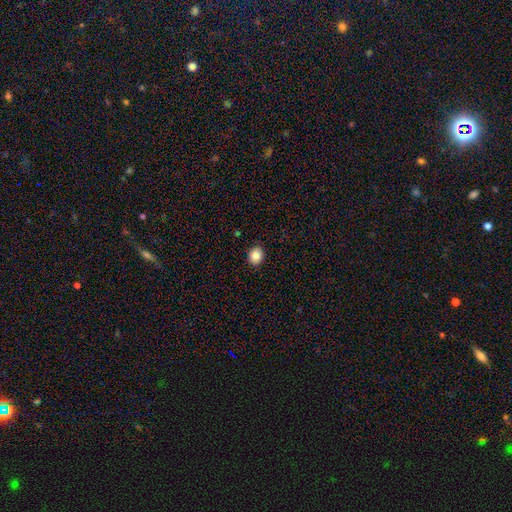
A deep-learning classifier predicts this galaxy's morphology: Q: Smooth or featured?
A: smooth (87%); runner-up: star or artifact (9%)
Q: How rounded?
A: in between (50%); runner-up: round (49%)
Q: Merging?
A: none (89%); runner-up: minor disturbance (8%)